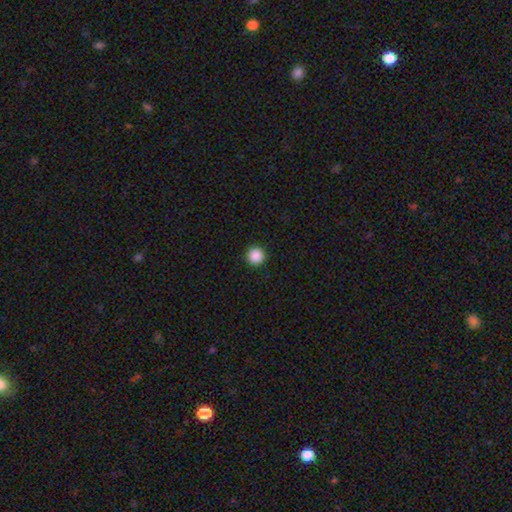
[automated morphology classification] Smooth or featured?
  - smooth: 88% *
  - star or artifact: 10%
  - featured or disk: 2%
How rounded?
  - round: 96% *
  - in between: 3%
  - cigar-shaped: 1%
Merging?
  - none: 93% *
  - minor disturbance: 4%
  - major disturbance: 2%
  - merger: 1%